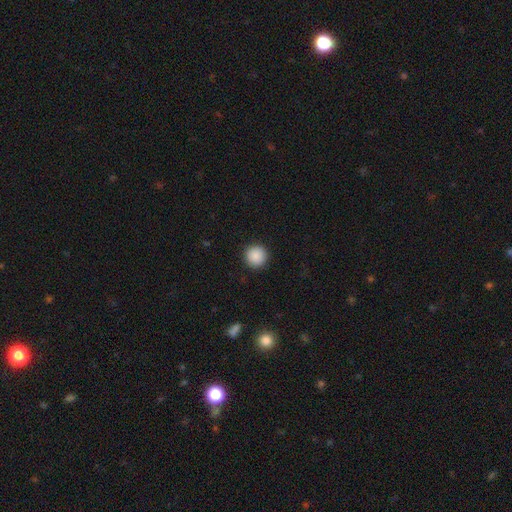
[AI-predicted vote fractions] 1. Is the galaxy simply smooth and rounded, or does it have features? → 88% smooth, 8% star or artifact, 3% featured or disk.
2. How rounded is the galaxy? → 96% round, 3% in between, 1% cigar-shaped.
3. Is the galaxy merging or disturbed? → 93% none, 5% minor disturbance, 2% major disturbance, 1% merger.